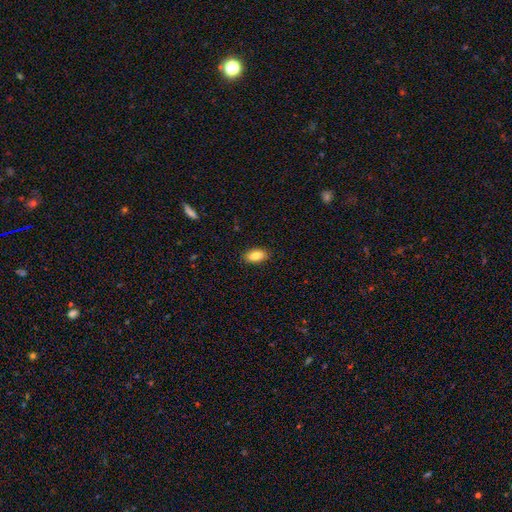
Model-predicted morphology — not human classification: A smooth galaxy with no disk features (84%) that is in between round and cigar-shaped (90%).

Vote fractions:
- Smooth or featured? smooth: 84% / featured or disk: 9% / star or artifact: 7%
- How rounded? in between: 90% / cigar-shaped: 6% / round: 4%
- Merging? none: 89% / minor disturbance: 8% / major disturbance: 2% / merger: 1%